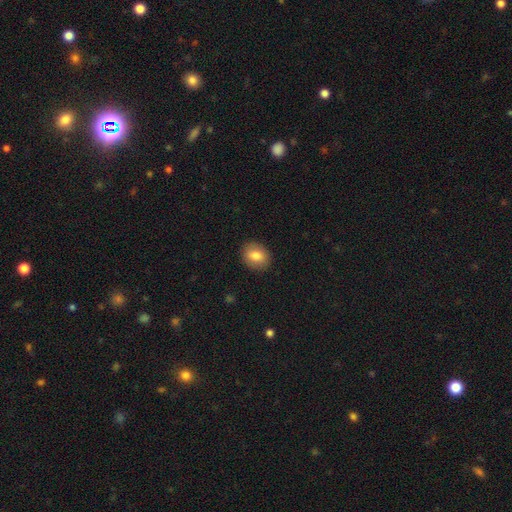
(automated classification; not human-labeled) The model was most divided on "how rounded": round: 50%, in between: 49%, cigar-shaped: 1%. More confident: merging — none (89%); smooth or featured — smooth (79%).